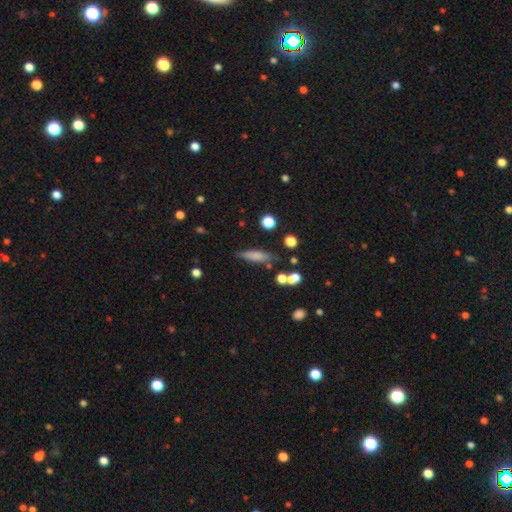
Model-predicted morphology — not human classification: Smooth or featured: smooth — 72% (featured or disk — 18%)
How rounded: cigar-shaped — 67% (in between — 29%)
Merging: none — 73% (minor disturbance — 16%)